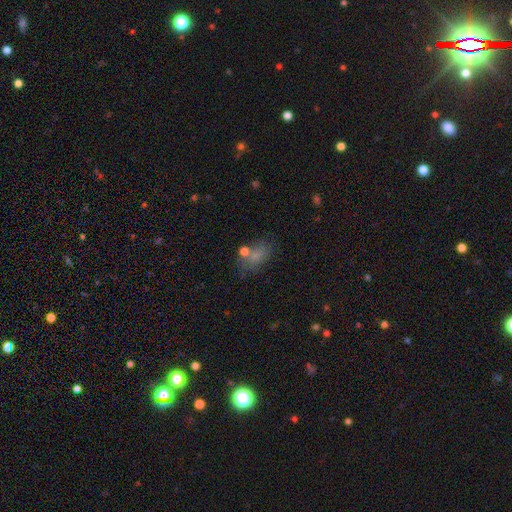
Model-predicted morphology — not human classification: This is likely a smooth galaxy (67%). How rounded: clearly in between (81%). Merging: possibly none (54%).